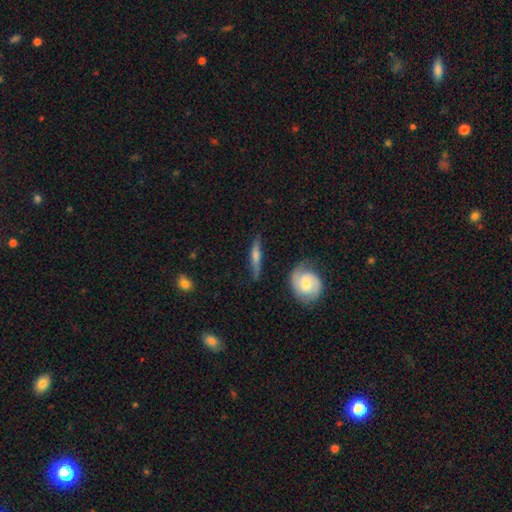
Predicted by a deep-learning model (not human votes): The model was most divided on "smooth or featured": featured or disk: 63%, smooth: 30%, star or artifact: 6%. More confident: edge-on disk — yes (81%); merging — none (76%); edge-on bulge — rounded (73%).